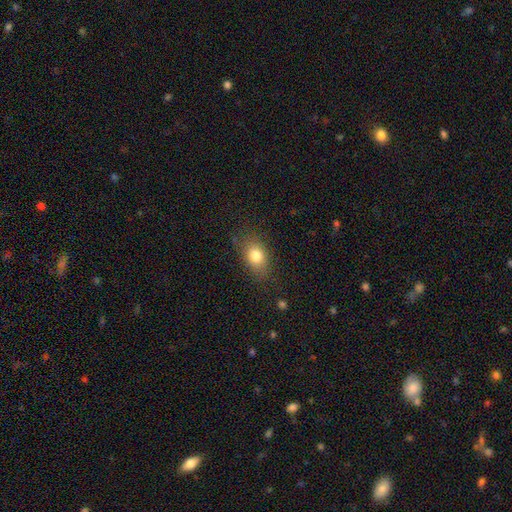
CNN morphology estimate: The model was most divided on "how rounded": in between: 72%, round: 26%, cigar-shaped: 2%. More confident: smooth or featured — smooth (79%); merging — none (77%).